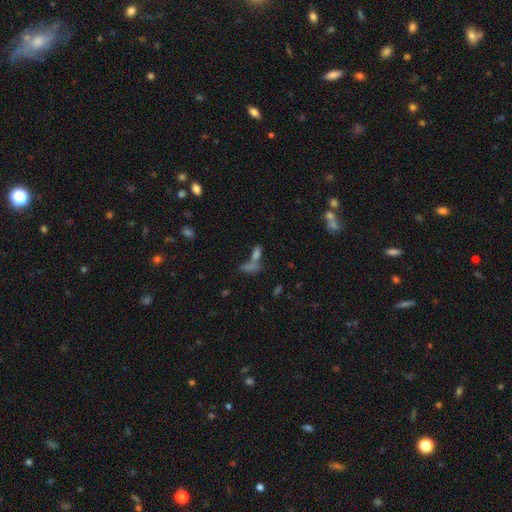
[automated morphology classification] smooth-or-featured: smooth: 50% | star or artifact: 31% | featured or disk: 19%
  how-rounded: in between: 54% | cigar-shaped: 30% | round: 16%
  merging: merger: 42% | none: 41% | minor disturbance: 9% | major disturbance: 9%